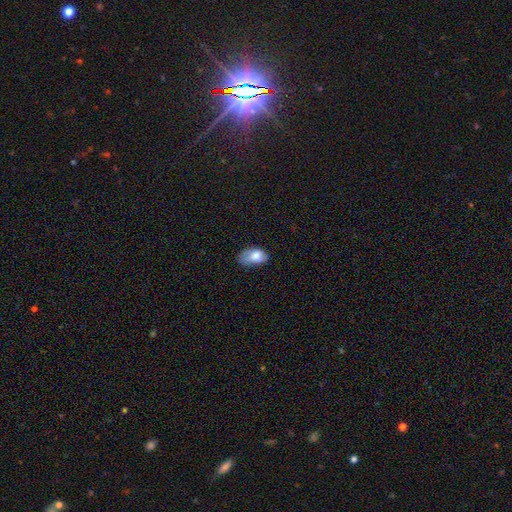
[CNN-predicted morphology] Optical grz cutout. It shows a smooth galaxy with no disk features (75%) that is in between round and cigar-shaped (91%). Merging: minor disturbance (41%).